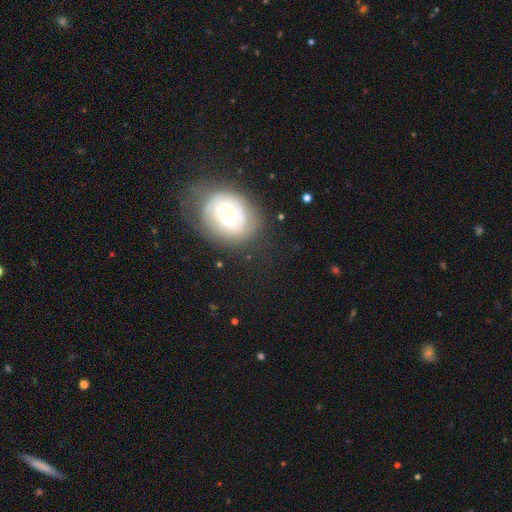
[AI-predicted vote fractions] Smooth or featured?
  - smooth: 50% *
  - featured or disk: 30%
  - star or artifact: 21%
Merging?
  - none: 80% *
  - minor disturbance: 13%
  - major disturbance: 6%
  - merger: 2%